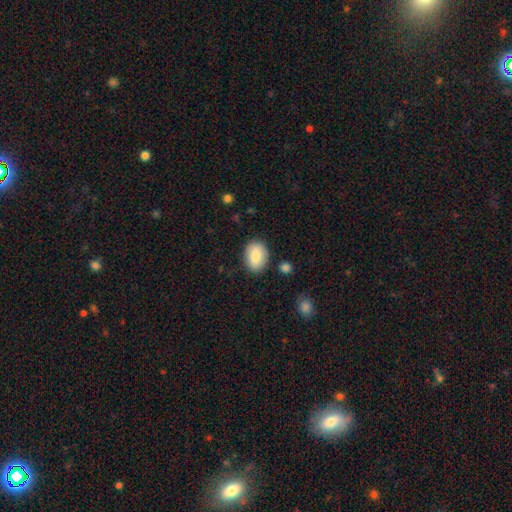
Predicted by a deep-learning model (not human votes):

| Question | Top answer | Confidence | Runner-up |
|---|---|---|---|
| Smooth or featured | smooth | 84% | featured or disk (9%) |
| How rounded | in between | 82% | round (17%) |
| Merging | none | 83% | minor disturbance (11%) |